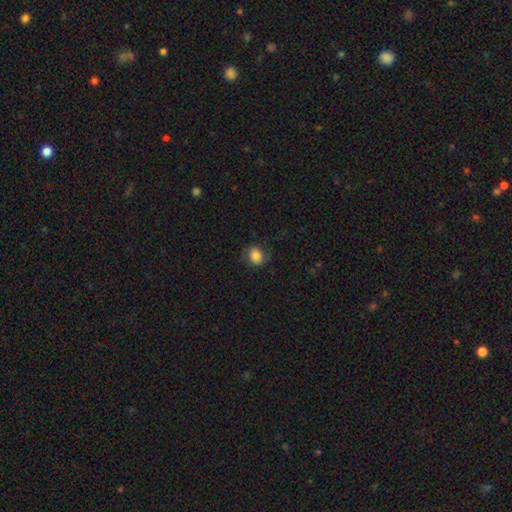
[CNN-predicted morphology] Smooth or featured? Predicted: smooth (p=0.76). How rounded? Predicted: round (p=0.62). Merging? Predicted: none (p=0.74).